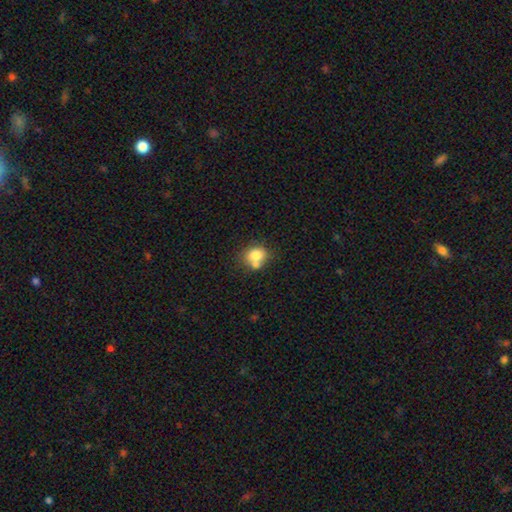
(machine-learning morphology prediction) This appears to be a smooth galaxy with no disk features (75%) that is round (65%). Merging: none (45%).